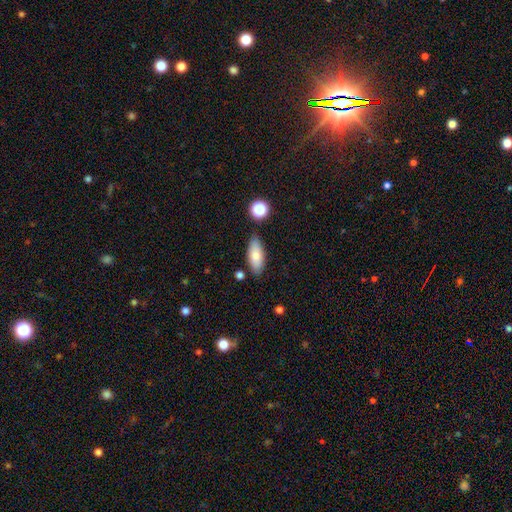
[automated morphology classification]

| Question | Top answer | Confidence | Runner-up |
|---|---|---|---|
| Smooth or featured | smooth | 77% | featured or disk (15%) |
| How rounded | in between | 82% | cigar-shaped (15%) |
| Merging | none | 81% | minor disturbance (12%) |